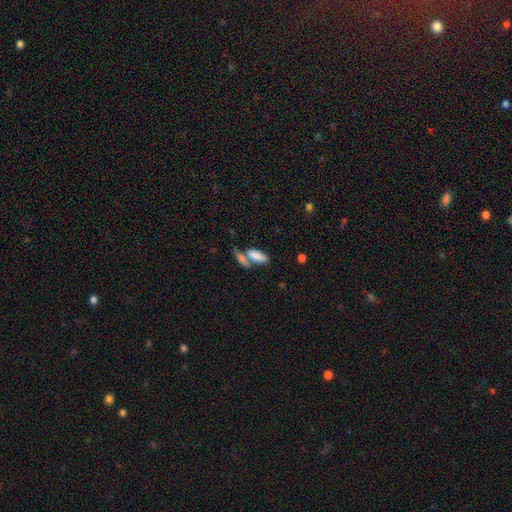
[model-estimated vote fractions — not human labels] Morphology: type=smooth (82%); roundness=in between (75%); merging=merger (47%).